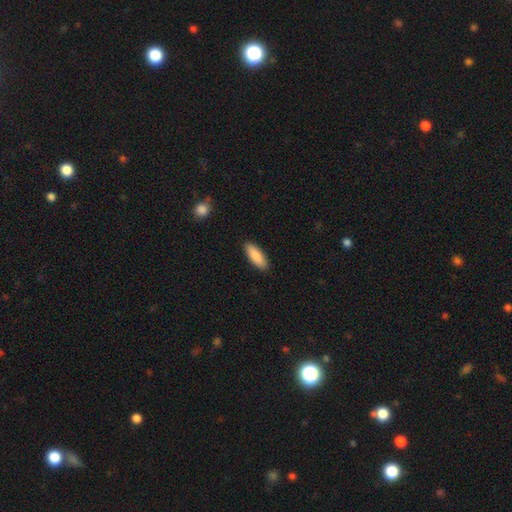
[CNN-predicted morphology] Smooth or featured?
  - smooth: 87% *
  - featured or disk: 8%
  - star or artifact: 5%
How rounded?
  - in between: 61% *
  - cigar-shaped: 38%
  - round: 2%
Merging?
  - none: 90% *
  - minor disturbance: 8%
  - major disturbance: 2%
  - merger: 1%